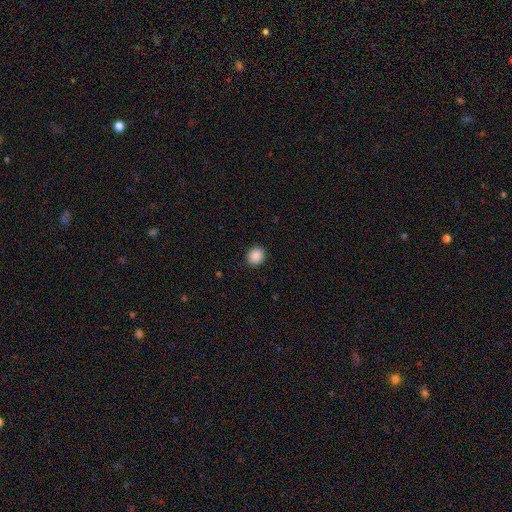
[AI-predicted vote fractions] Smooth or featured?
  - smooth: 88% *
  - star or artifact: 9%
  - featured or disk: 3%
How rounded?
  - round: 73% *
  - in between: 27%
  - cigar-shaped: 1%
Merging?
  - none: 91% *
  - minor disturbance: 6%
  - major disturbance: 2%
  - merger: 1%